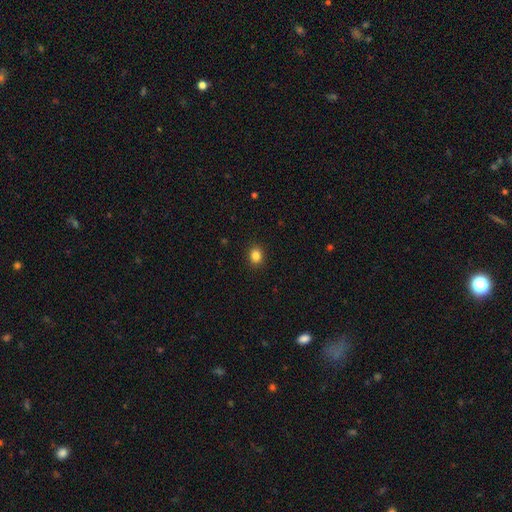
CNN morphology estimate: A smooth galaxy with no disk features (85%) that is round (60%). Merging: none (91%).